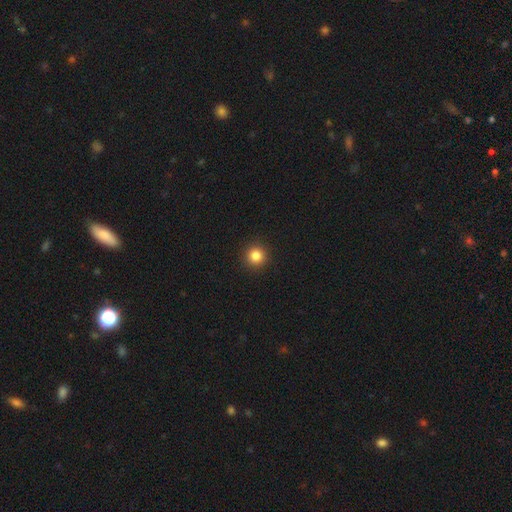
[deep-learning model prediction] Smooth or featured?
  - smooth: 84% *
  - star or artifact: 12%
  - featured or disk: 4%
How rounded?
  - round: 95% *
  - in between: 4%
  - cigar-shaped: 1%
Merging?
  - none: 93% *
  - minor disturbance: 5%
  - major disturbance: 2%
  - merger: 1%